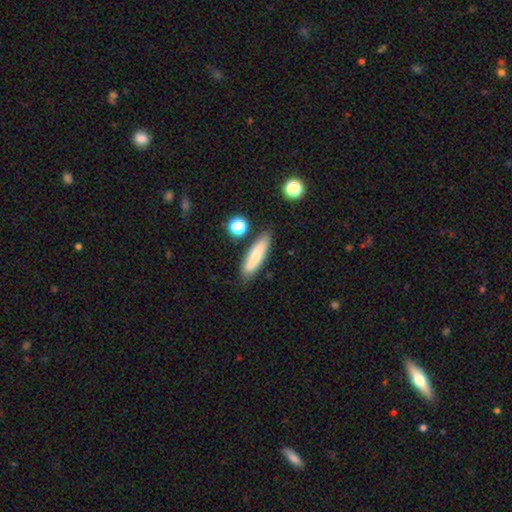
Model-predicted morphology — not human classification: smooth-or-featured: smooth: 69% | featured or disk: 24% | star or artifact: 8%
  how-rounded: cigar-shaped: 63% | in between: 35% | round: 3%
  merging: none: 79% | minor disturbance: 13% | merger: 5% | major disturbance: 3%